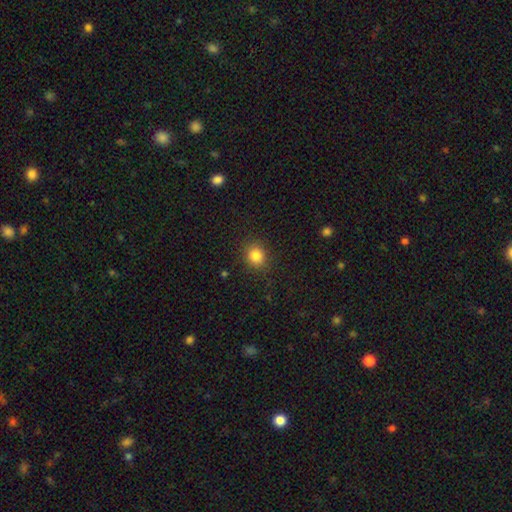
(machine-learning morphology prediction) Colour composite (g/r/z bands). It shows a smooth galaxy with no disk features (84%) that is round (79%). Merging: none (88%).